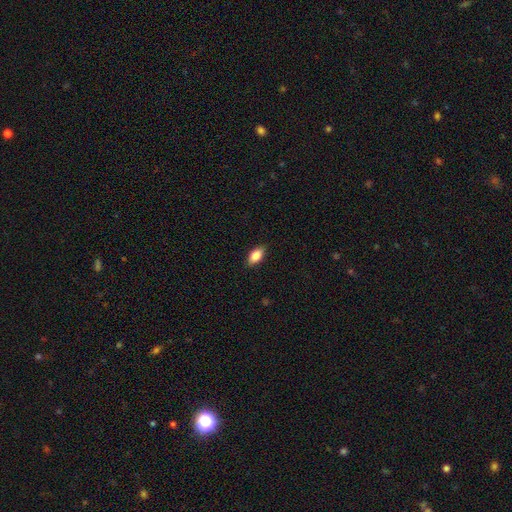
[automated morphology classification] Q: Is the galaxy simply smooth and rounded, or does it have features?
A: smooth — 84%.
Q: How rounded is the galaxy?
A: in between — 89%.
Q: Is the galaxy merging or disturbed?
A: none — 87%.